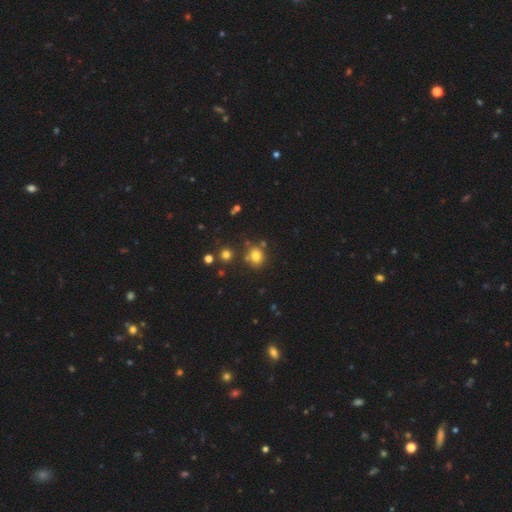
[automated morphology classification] This is likely a smooth galaxy (77%). How rounded: likely round (73%). Merging: likely none (73%).